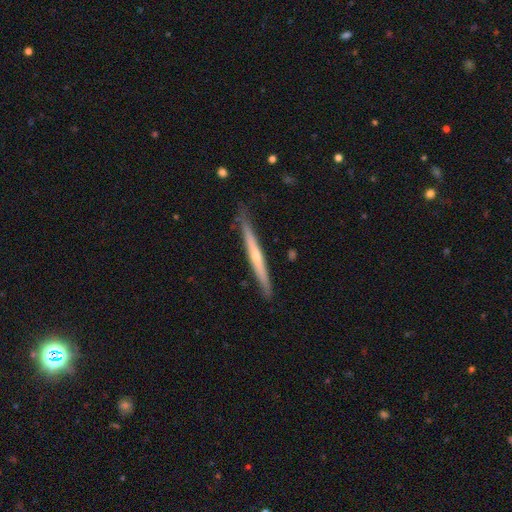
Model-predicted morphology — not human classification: Smooth or featured? featured or disk (61%)
Edge-on disk? yes (97%)
Edge-on bulge? rounded (55%)
Merging? none (86%)